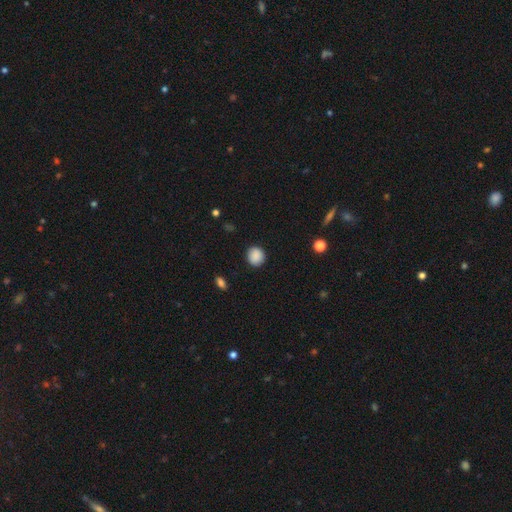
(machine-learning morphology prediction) smooth_or_featured: smooth (p=0.89) [alt: star or artifact p=0.08]
how_rounded: round (p=0.85) [alt: in between p=0.14]
merging: none (p=0.89) [alt: minor disturbance p=0.08]